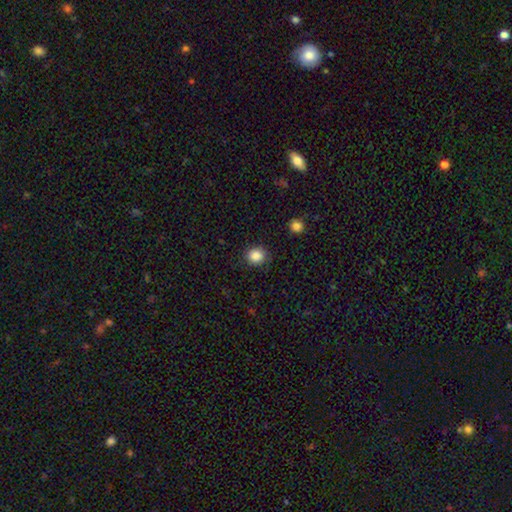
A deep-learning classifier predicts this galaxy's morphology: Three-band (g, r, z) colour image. It shows a smooth galaxy with no disk features (86%) that is round (85%). Merging: none (87%).